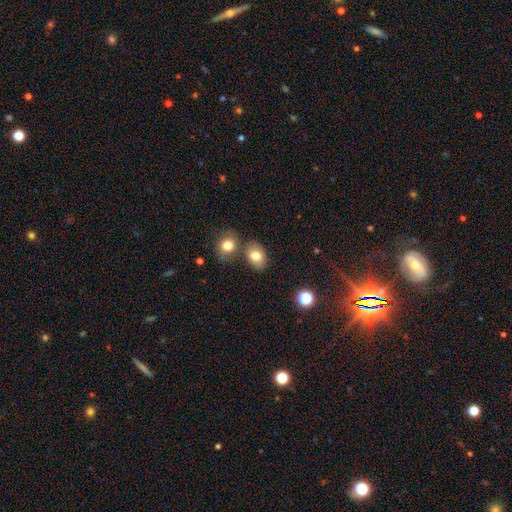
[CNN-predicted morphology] type=smooth (79%); roundness=in between (71%); merging=none (68%).